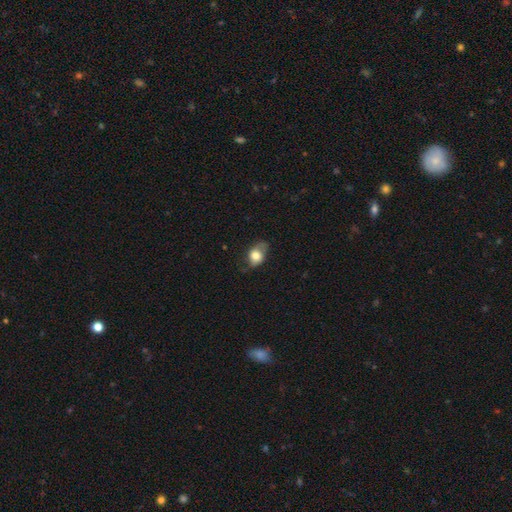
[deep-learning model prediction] Smooth or featured? Predicted: smooth (p=0.71). How rounded? Predicted: in between (p=0.71). Merging? Predicted: none (p=0.55).